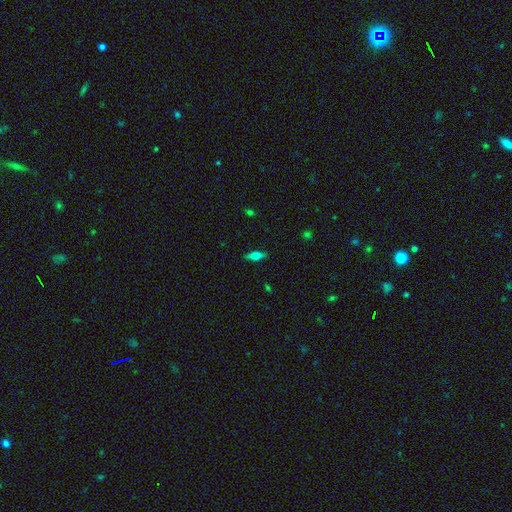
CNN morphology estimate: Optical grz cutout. It shows a smooth galaxy with no disk features (56%) that is in between round and cigar-shaped (64%). Merging: none (87%).